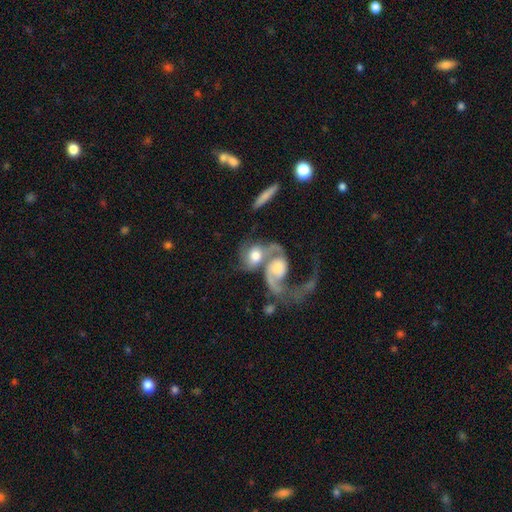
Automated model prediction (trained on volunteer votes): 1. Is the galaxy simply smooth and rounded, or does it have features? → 62% featured or disk, 30% smooth, 8% star or artifact.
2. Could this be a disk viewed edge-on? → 94% no, 6% yes.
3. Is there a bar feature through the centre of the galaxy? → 66% no, 27% weak, 7% strong.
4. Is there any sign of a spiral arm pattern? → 86% yes, 14% no.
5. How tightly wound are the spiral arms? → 54% loose, 33% medium, 13% tight.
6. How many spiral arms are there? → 64% 2, 21% 1, 10% can't tell, 2% 3, 1% 4, 1% more than 4.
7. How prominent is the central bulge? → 44% moderate, 34% large, 12% small, 6% none, 4% dominant.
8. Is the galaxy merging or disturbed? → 71% merger, 12% major disturbance, 11% none, 5% minor disturbance.